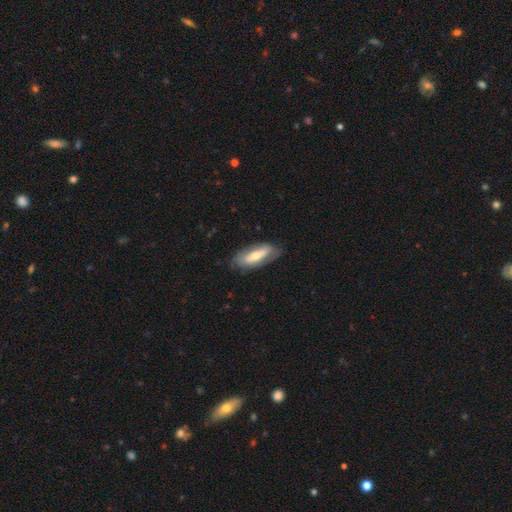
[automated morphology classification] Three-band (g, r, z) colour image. It shows a smooth galaxy with no disk features (48%). Merging: none (73%).